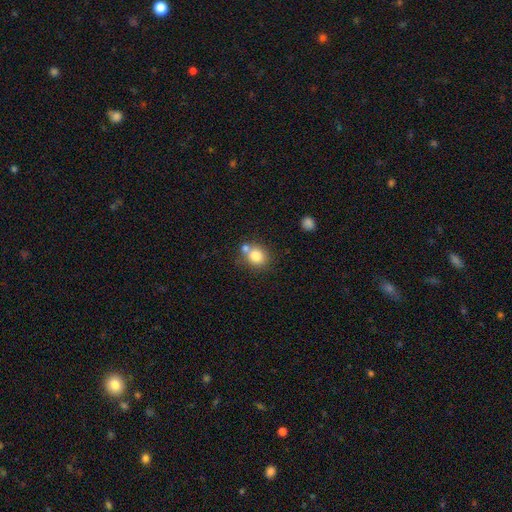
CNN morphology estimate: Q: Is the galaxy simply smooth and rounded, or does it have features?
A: smooth — 80%.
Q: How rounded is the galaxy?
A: round — 76%.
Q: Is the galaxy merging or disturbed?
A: none — 56%.